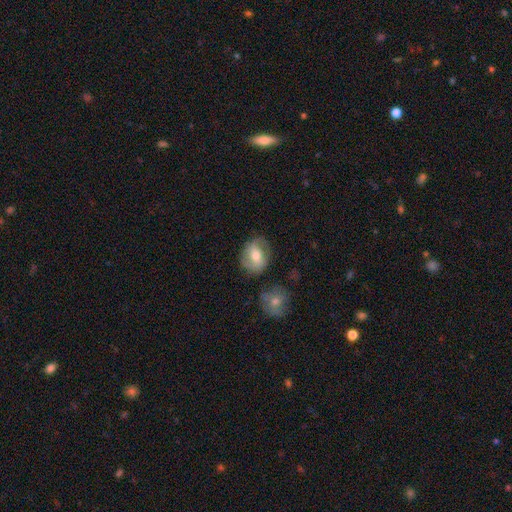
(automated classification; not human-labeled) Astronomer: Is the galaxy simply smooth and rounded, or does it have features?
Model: smooth — 54% (runner-up: featured or disk, 39%).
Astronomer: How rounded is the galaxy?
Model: round — 52% (runner-up: in between, 47%).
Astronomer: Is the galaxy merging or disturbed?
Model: none — 69%.